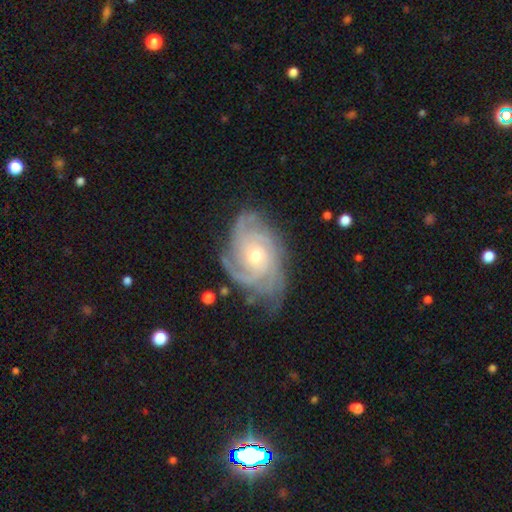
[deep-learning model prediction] A featured or disk galaxy (90%) with no bar (75%), 3 (26%, tied with 4) tight (66%) spiral arms (98%) and a moderate central bulge (53%). Merging: none (70%).